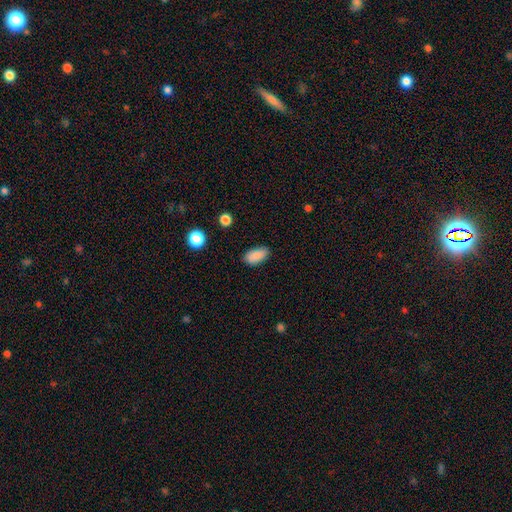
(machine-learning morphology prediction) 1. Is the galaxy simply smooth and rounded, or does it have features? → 88% smooth, 8% star or artifact, 4% featured or disk.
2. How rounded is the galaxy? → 92% in between, 4% round, 4% cigar-shaped.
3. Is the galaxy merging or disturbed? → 83% none, 13% minor disturbance, 3% major disturbance, 1% merger.